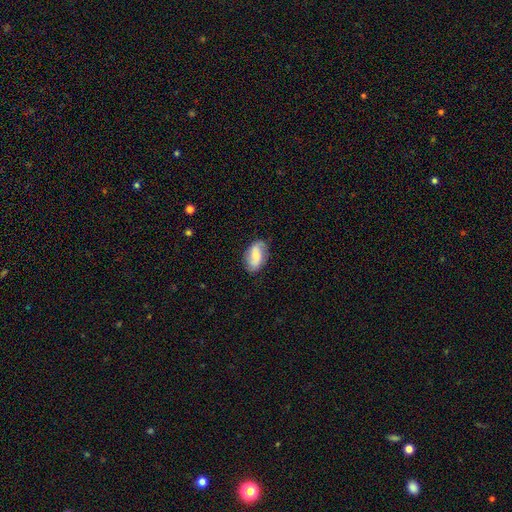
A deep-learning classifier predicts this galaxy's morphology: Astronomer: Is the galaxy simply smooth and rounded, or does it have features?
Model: smooth — 48% (runner-up: featured or disk, 45%).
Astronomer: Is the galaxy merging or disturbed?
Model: none — 78%.